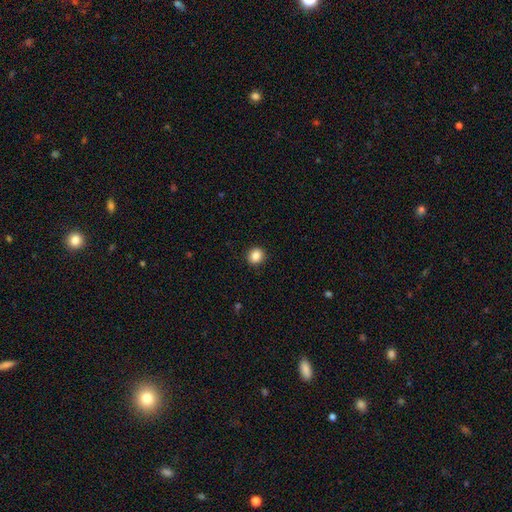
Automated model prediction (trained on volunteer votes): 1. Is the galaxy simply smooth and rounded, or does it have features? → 87% smooth, 10% star or artifact, 4% featured or disk.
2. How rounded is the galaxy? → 85% round, 14% in between, 1% cigar-shaped.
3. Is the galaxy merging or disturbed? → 91% none, 6% minor disturbance, 2% major disturbance, 1% merger.